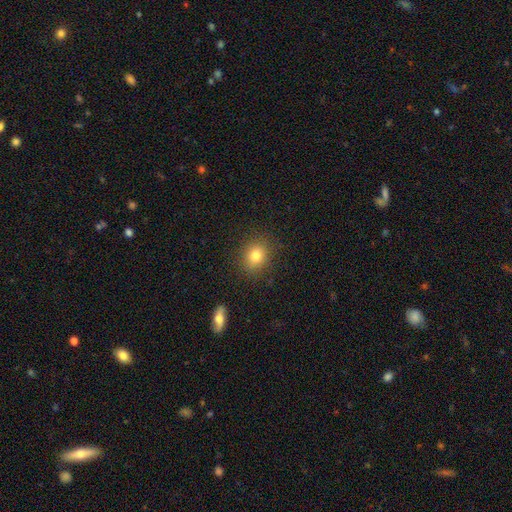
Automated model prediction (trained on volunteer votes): smooth 79%, star or artifact 12%, featured or disk 9%. Down the decision tree: how rounded — round (67%); merging — none (87%).